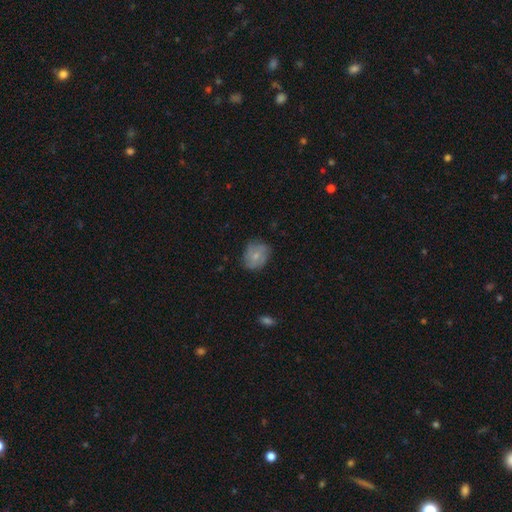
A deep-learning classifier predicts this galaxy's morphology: Smooth or featured? smooth (66%)
How rounded? round (60%)
Merging? none (73%)